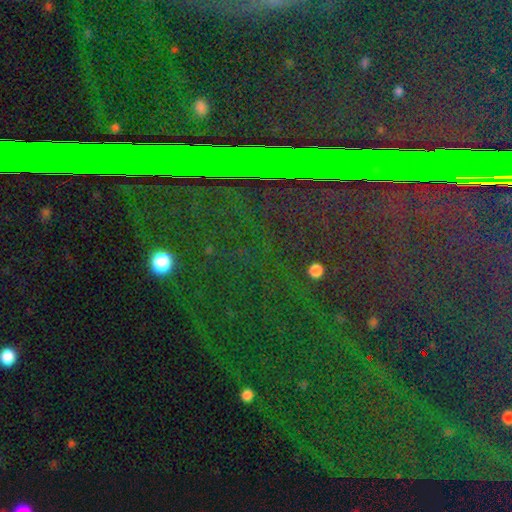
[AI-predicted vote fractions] Overall: star or artifact (81%).